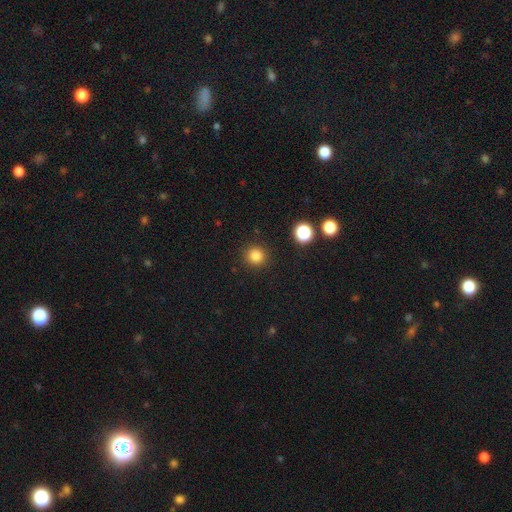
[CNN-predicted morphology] The model was most divided on "smooth or featured": smooth: 83%, star or artifact: 13%, featured or disk: 4%. More confident: how rounded — round (93%); merging — none (91%).